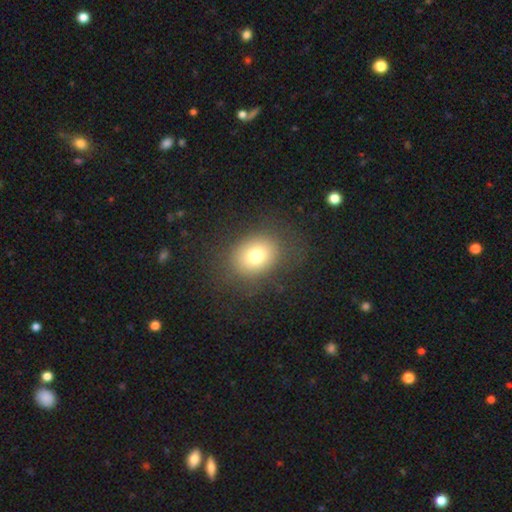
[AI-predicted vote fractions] smooth-or-featured: smooth: 74% | featured or disk: 14% | star or artifact: 13%
  how-rounded: in between: 51% | round: 48% | cigar-shaped: 1%
  merging: none: 79% | minor disturbance: 12% | major disturbance: 8% | merger: 1%